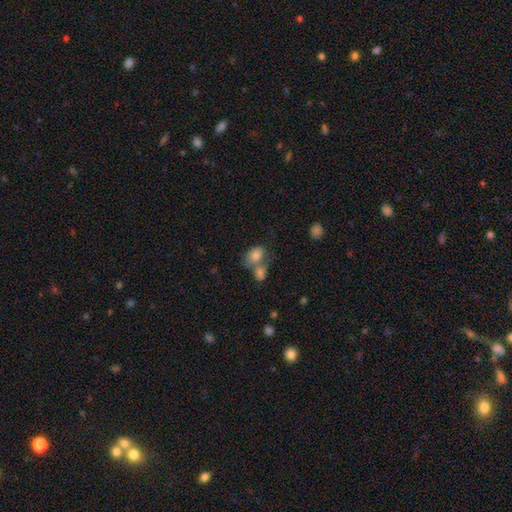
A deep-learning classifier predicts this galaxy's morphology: Smooth or featured? Predicted: smooth (p=0.79). How rounded? Predicted: in between (p=0.71). Merging? Predicted: merger (p=0.53).